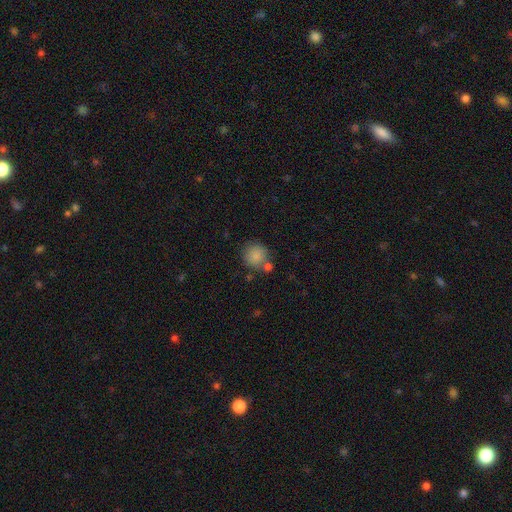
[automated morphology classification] smooth 84%, star or artifact 10%, featured or disk 6%. Down the decision tree: how rounded — round (90%); merging — none (66%).